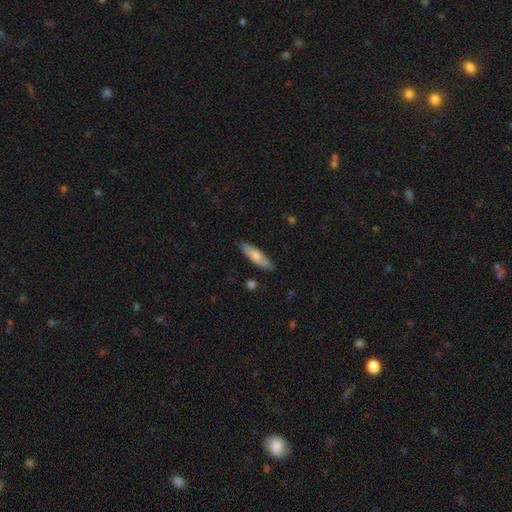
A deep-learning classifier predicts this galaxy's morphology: Q: Smooth or featured?
A: smooth (75%); runner-up: featured or disk (20%)
Q: How rounded?
A: cigar-shaped (57%); runner-up: in between (42%)
Q: Merging?
A: none (83%); runner-up: minor disturbance (13%)